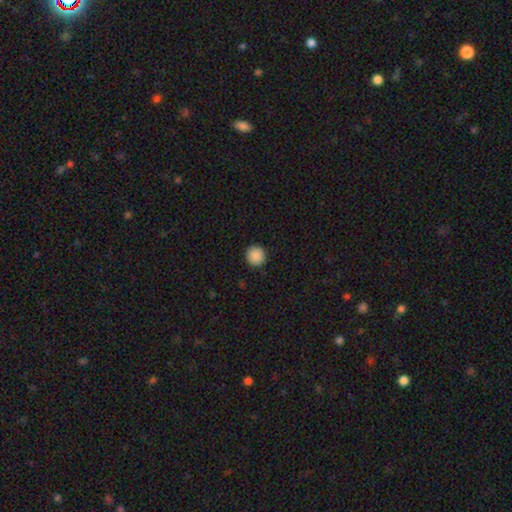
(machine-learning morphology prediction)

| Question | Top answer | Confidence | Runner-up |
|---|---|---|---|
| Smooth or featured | smooth | 89% | star or artifact (9%) |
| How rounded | round | 95% | in between (4%) |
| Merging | none | 92% | minor disturbance (5%) |